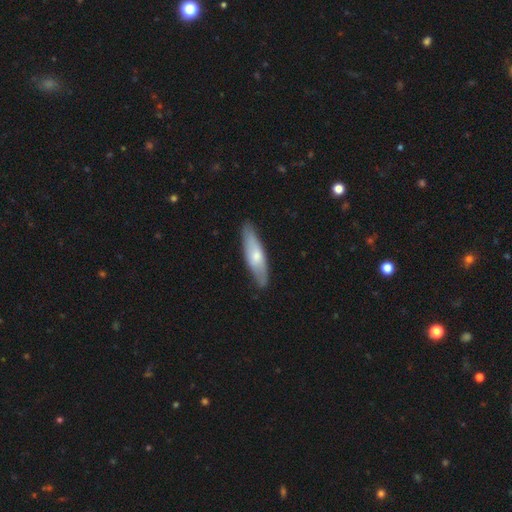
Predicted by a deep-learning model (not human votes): smooth-or-featured: smooth: 57% | featured or disk: 38% | star or artifact: 5%
  how-rounded: cigar-shaped: 65% | in between: 34% | round: 2%
  merging: none: 84% | minor disturbance: 12% | major disturbance: 2% | merger: 1%